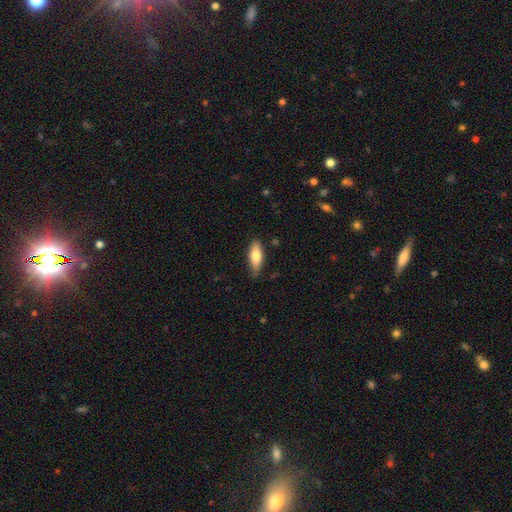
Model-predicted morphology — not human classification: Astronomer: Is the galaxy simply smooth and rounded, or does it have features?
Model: smooth — 70%.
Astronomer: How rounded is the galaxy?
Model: in between — 60% (runner-up: cigar-shaped, 38%).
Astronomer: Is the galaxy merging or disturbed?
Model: none — 80%.